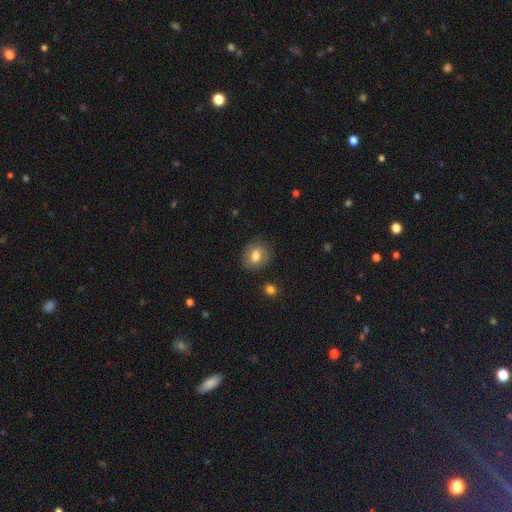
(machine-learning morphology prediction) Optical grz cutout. It shows a smooth galaxy with no disk features (69%) that is in between round and cigar-shaped (50%). Merging: none (79%).